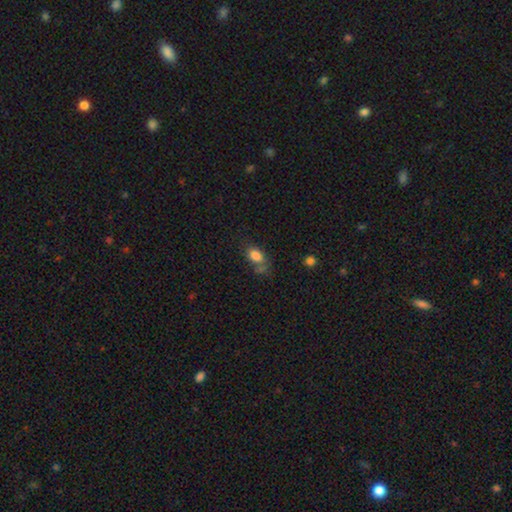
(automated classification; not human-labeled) This appears to be a smooth galaxy with no disk features (82%) that is in between round and cigar-shaped (81%). Merging: none (50%).